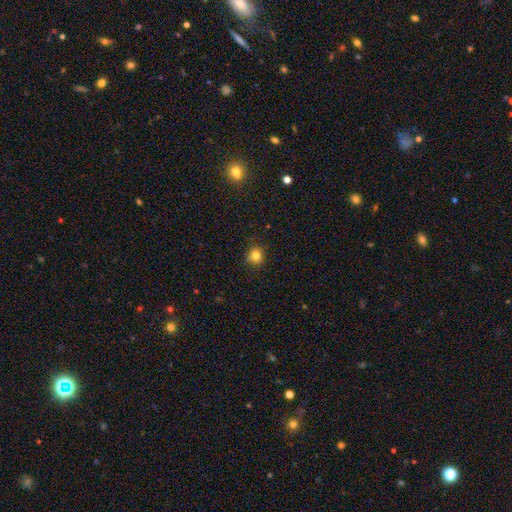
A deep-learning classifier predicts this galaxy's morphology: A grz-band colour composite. It shows a smooth galaxy with no disk features (80%) that is round (85%). Merging: none (80%).